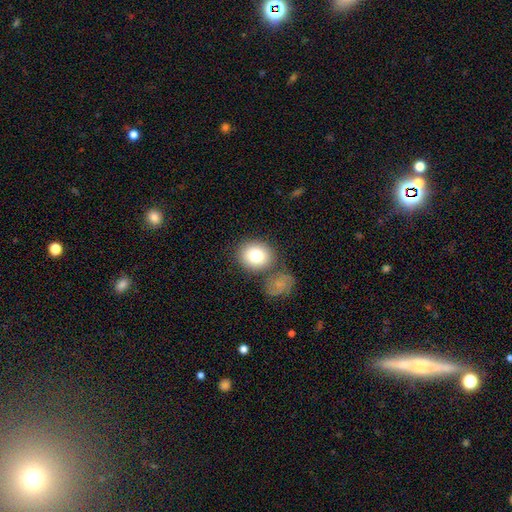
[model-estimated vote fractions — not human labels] Smooth or featured?
  - smooth: 82% *
  - featured or disk: 11%
  - star or artifact: 7%
How rounded?
  - round: 69% *
  - in between: 30%
  - cigar-shaped: 1%
Merging?
  - none: 68% *
  - merger: 17%
  - minor disturbance: 12%
  - major disturbance: 4%